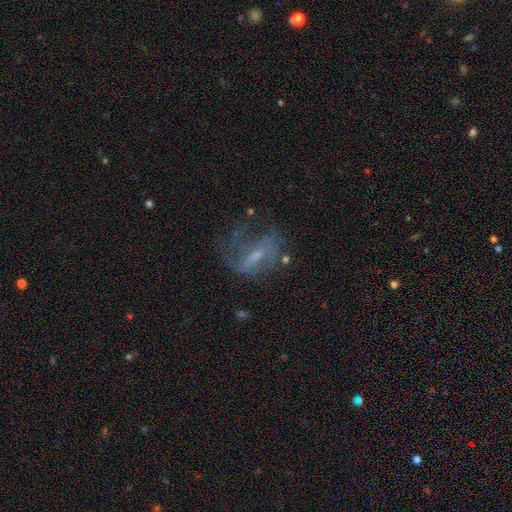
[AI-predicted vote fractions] A featured or disk galaxy (61%) with a weak bar (41%), spiral arms (53%) and a small central bulge (46%). Merging: none (41%).